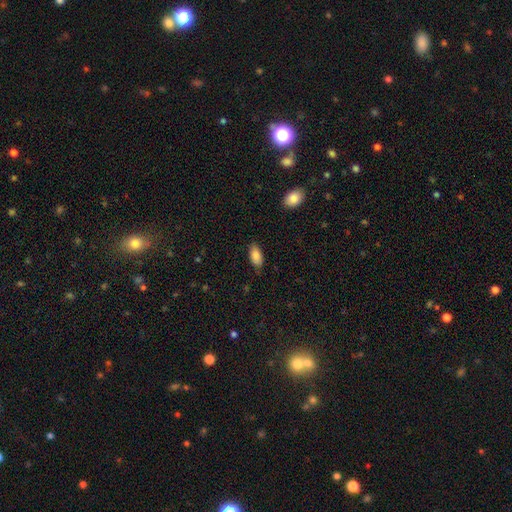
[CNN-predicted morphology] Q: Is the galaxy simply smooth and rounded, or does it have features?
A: smooth — 84%.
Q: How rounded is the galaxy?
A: in between — 92%.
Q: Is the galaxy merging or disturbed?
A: none — 83%.